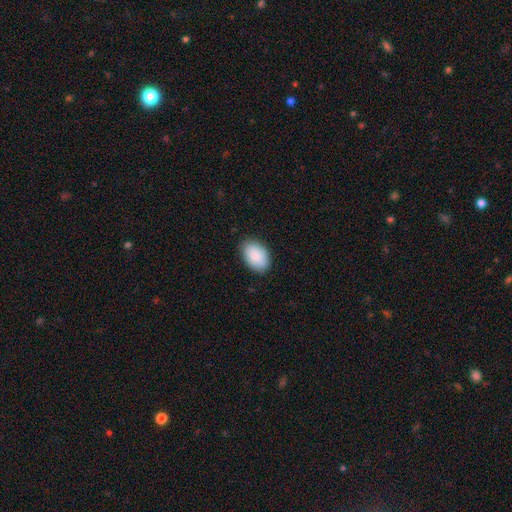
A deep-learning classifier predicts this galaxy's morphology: This is clearly a smooth galaxy (88%). How rounded: clearly in between (89%). Merging: clearly none (85%).